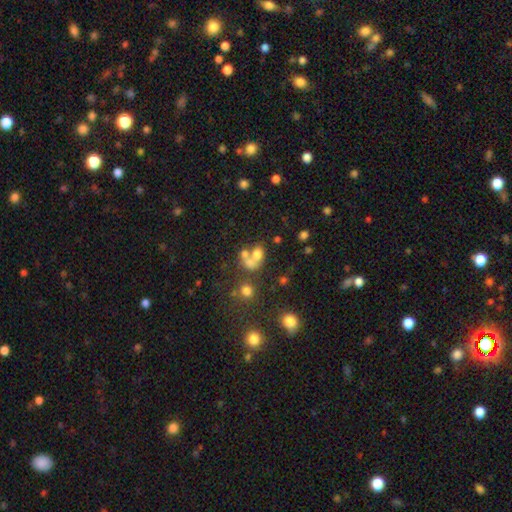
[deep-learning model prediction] The model was most divided on "how rounded": in between: 52%, round: 46%, cigar-shaped: 1%. More confident: smooth or featured — smooth (59%); merging — merger (54%).